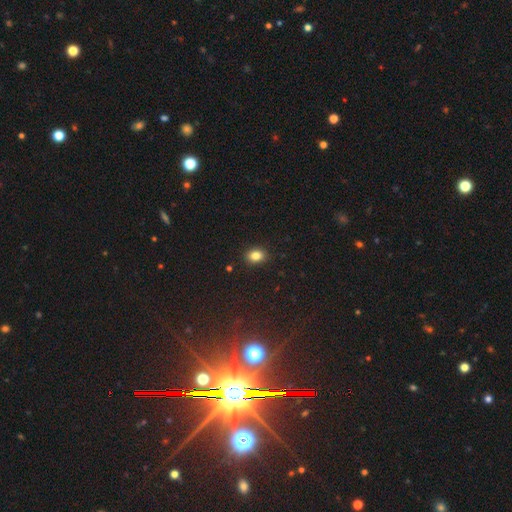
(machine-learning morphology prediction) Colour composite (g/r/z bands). It shows a smooth galaxy with no disk features (83%) that is in between round and cigar-shaped (66%). Merging: none (89%).